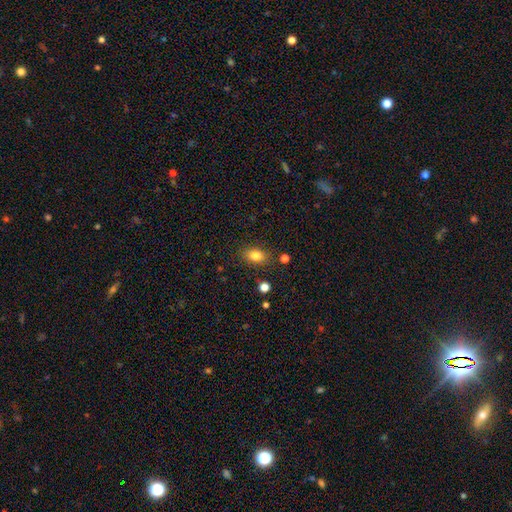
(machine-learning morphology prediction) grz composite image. It shows a smooth galaxy with no disk features (83%) that is in between round and cigar-shaped (83%). Merging: none (83%).